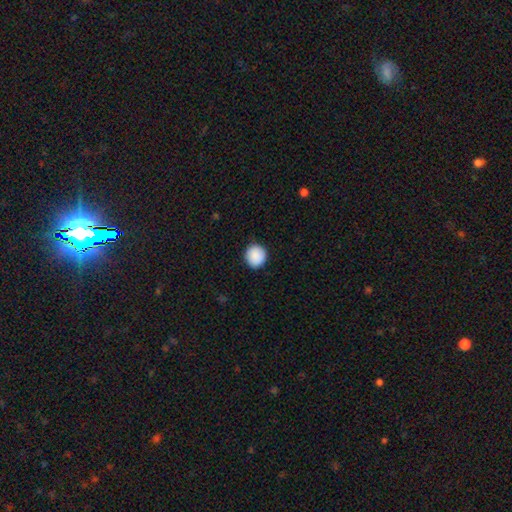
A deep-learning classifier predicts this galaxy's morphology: Q: Smooth or featured?
A: smooth (90%); runner-up: star or artifact (7%)
Q: How rounded?
A: round (90%); runner-up: in between (9%)
Q: Merging?
A: none (89%); runner-up: minor disturbance (8%)